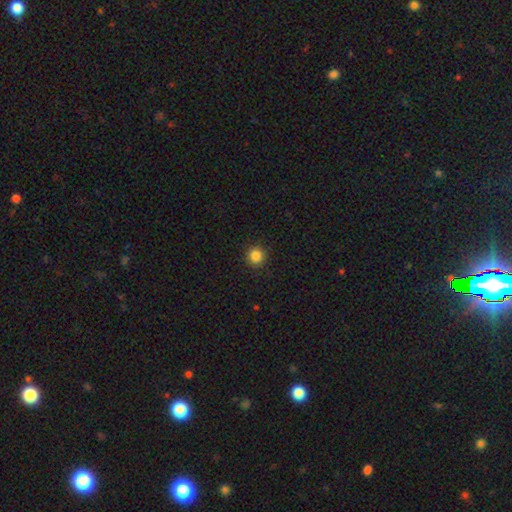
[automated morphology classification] Smooth or featured: smooth — 85% (star or artifact — 12%)
How rounded: round — 94% (in between — 5%)
Merging: none — 92% (minor disturbance — 5%)